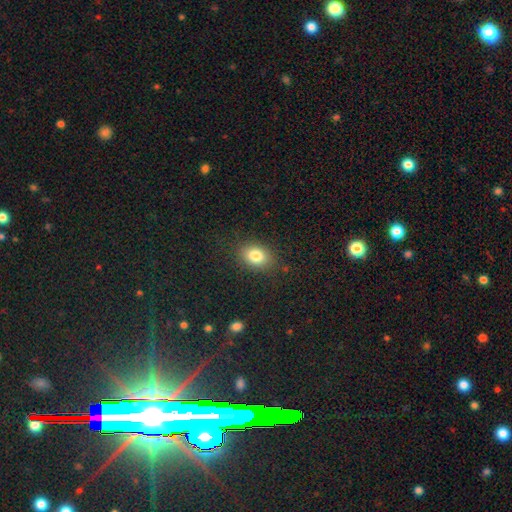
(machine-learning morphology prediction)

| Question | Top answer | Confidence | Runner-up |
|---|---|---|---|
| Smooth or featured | smooth | 81% | star or artifact (11%) |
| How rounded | in between | 69% | round (30%) |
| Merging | none | 85% | minor disturbance (11%) |